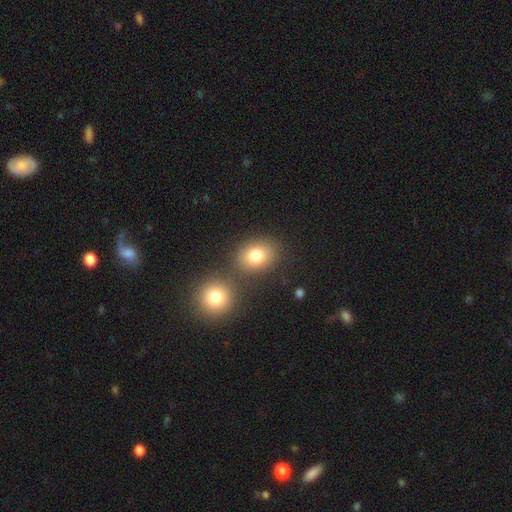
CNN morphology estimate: Overall: smooth (79%). How rounded: in between (55%; round 44%). Merging: none (69%).